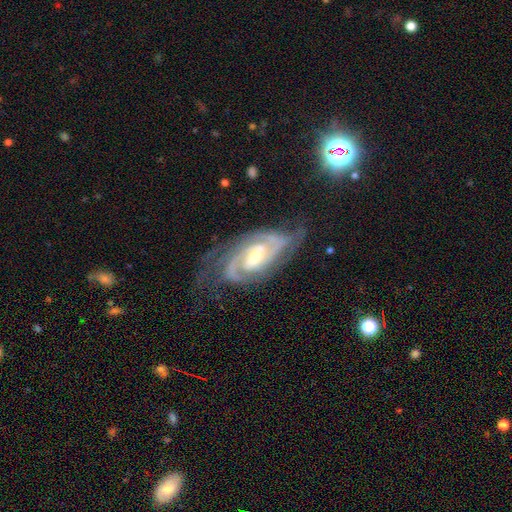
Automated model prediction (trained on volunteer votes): Smooth or featured? Predicted: featured or disk (p=0.91). Edge-on disk? Predicted: no (p=0.96). Bar? Predicted: weak (p=0.44). Spiral arms? Predicted: yes (p=0.98). Spiral winding? Predicted: tight (p=0.61). Spiral arm count? Predicted: 2 (p=0.54). Bulge size? Predicted: moderate (p=0.51). Merging? Predicted: none (p=0.68).